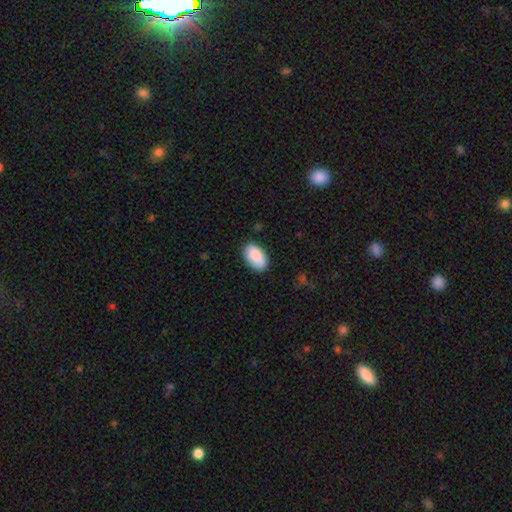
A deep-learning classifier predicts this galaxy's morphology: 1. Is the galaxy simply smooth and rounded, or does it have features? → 89% smooth, 6% star or artifact, 5% featured or disk.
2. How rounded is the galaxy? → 94% in between, 4% round, 1% cigar-shaped.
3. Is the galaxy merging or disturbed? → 84% none, 13% minor disturbance, 2% major disturbance, 1% merger.